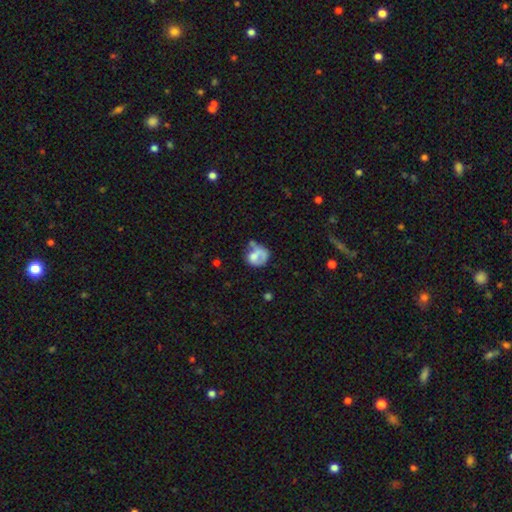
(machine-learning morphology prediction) Smooth or featured: smooth — 56% (featured or disk — 34%)
How rounded: round — 64% (in between — 35%)
Merging: none — 32% (major disturbance — 26%)